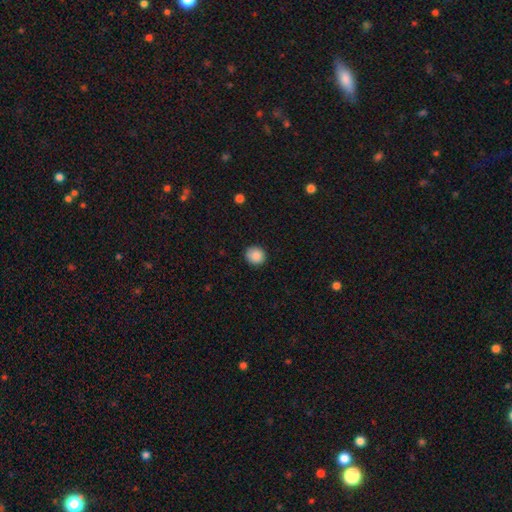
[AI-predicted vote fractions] Morphology: type=smooth (88%); roundness=round (90%); merging=none (88%).